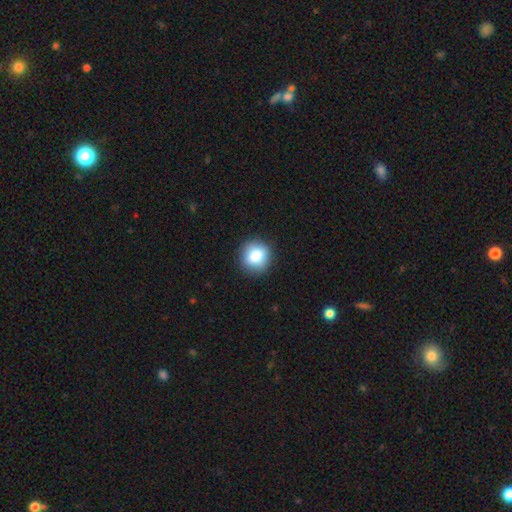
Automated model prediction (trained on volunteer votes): Smooth or featured? smooth (82%)
How rounded? round (88%)
Merging? none (89%)